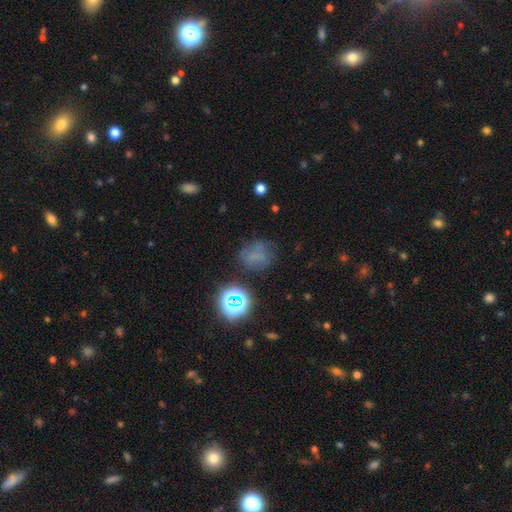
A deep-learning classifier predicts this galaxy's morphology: Smooth or featured? Predicted: smooth (p=0.49). Merging? Predicted: none (p=0.62).